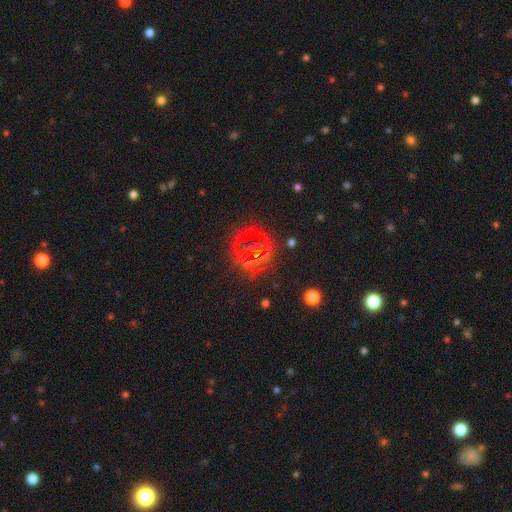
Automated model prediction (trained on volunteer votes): smooth_or_featured: star or artifact (p=0.60) [alt: smooth p=0.25]